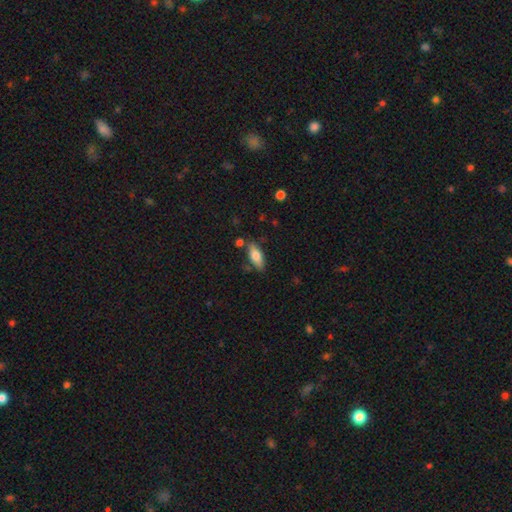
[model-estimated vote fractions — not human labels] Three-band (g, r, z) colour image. It shows a smooth galaxy with no disk features (74%) that is in between round and cigar-shaped (72%). Merging: none (76%).